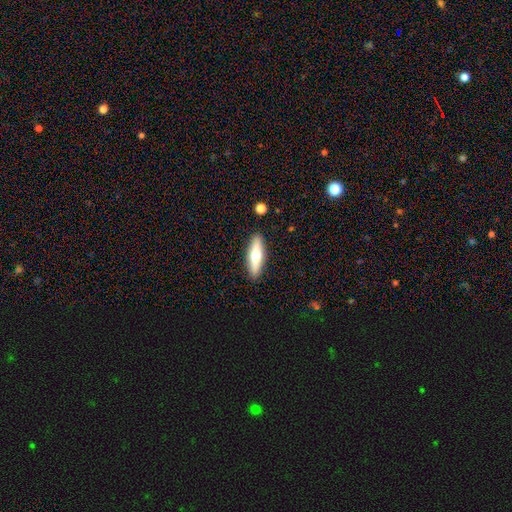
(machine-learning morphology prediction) smooth 50%, featured or disk 44%, star or artifact 6%. Down the decision tree: how rounded — cigar-shaped (62%); merging — none (89%).